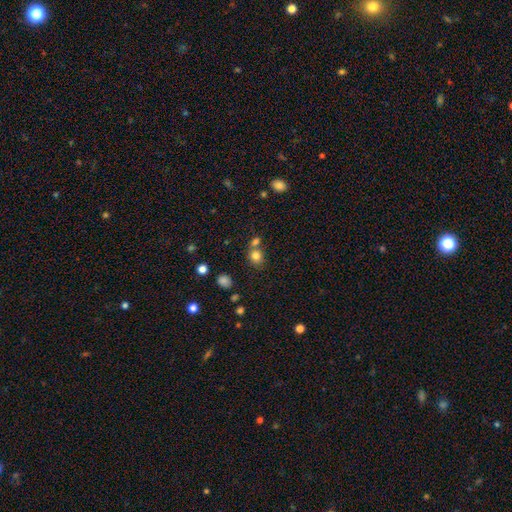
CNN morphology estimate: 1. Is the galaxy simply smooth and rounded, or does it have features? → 80% smooth, 13% star or artifact, 7% featured or disk.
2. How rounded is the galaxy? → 78% round, 21% in between, 1% cigar-shaped.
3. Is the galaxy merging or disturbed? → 58% none, 30% merger, 9% minor disturbance, 3% major disturbance.